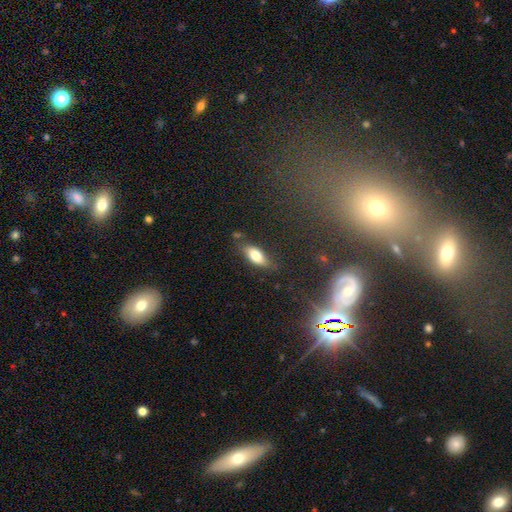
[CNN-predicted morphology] type=smooth (77%); roundness=in between (81%); merging=none (77%).